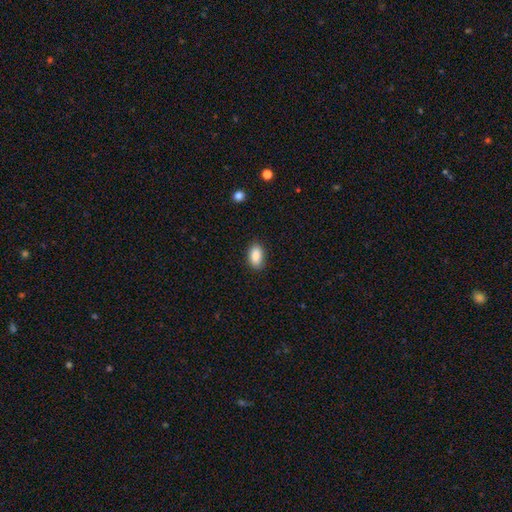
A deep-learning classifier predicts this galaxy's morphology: Smooth or featured? smooth (88%)
How rounded? in between (92%)
Merging? none (86%)